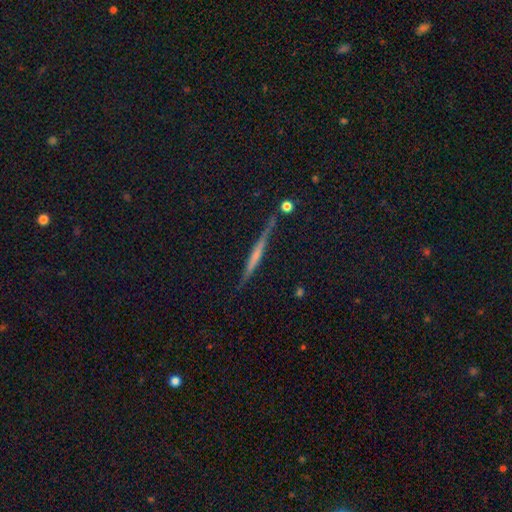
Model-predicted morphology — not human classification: The model was most divided on "smooth or featured": featured or disk: 59%, smooth: 33%, star or artifact: 9%. More confident: edge-on disk — yes (96%); merging — none (79%); edge-on bulge — none (63%).